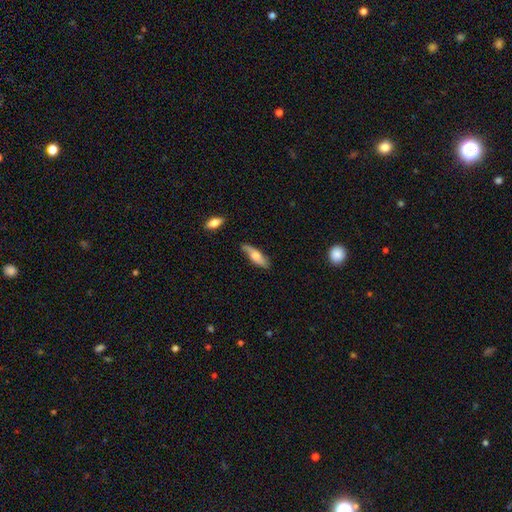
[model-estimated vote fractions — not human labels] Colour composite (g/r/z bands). It shows a smooth galaxy with no disk features (53%) that is cigar-shaped (51%). Merging: none (70%).